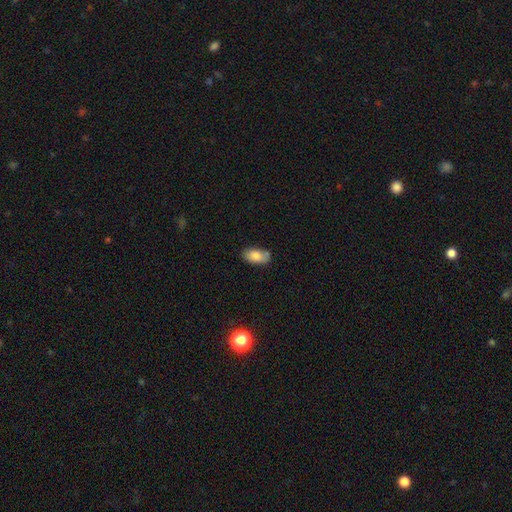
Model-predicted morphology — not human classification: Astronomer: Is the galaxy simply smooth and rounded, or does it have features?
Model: smooth — 82%.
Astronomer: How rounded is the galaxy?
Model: in between — 93%.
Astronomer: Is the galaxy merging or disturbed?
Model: none — 74%.